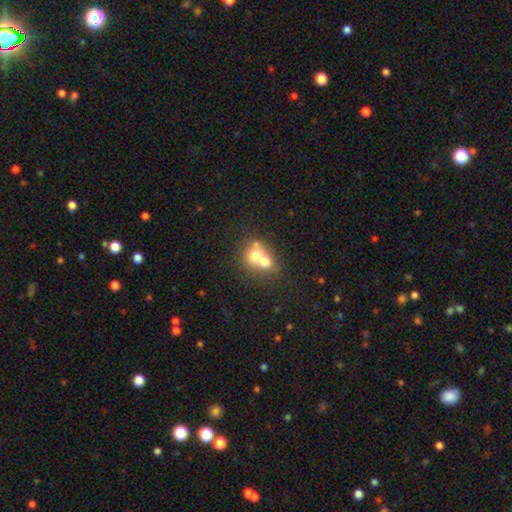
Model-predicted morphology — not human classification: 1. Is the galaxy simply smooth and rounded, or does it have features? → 64% smooth, 24% featured or disk, 11% star or artifact.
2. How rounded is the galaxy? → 68% round, 31% in between, 1% cigar-shaped.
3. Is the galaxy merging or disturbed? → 68% merger, 24% none, 5% minor disturbance, 3% major disturbance.